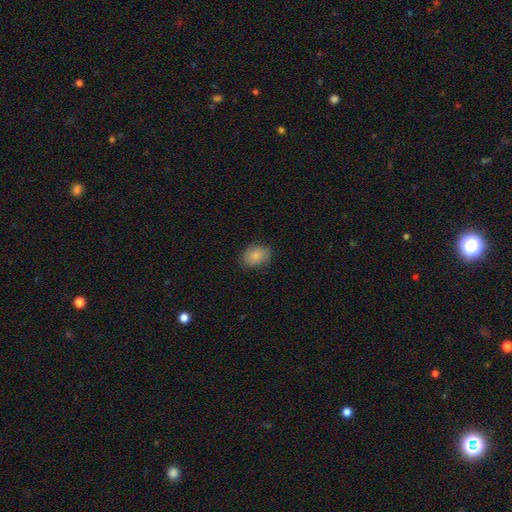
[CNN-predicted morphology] The model was most divided on "how rounded": in between: 72%, round: 27%, cigar-shaped: 1%. More confident: smooth or featured — smooth (81%); merging — none (79%).